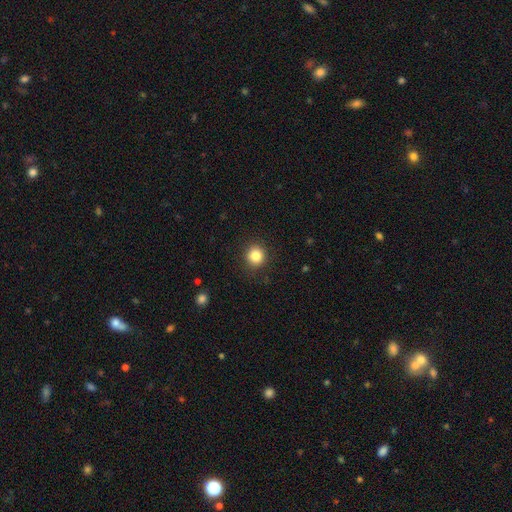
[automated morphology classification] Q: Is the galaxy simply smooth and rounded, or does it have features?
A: smooth — 84%.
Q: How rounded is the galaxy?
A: round — 92%.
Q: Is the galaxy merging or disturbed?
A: none — 90%.